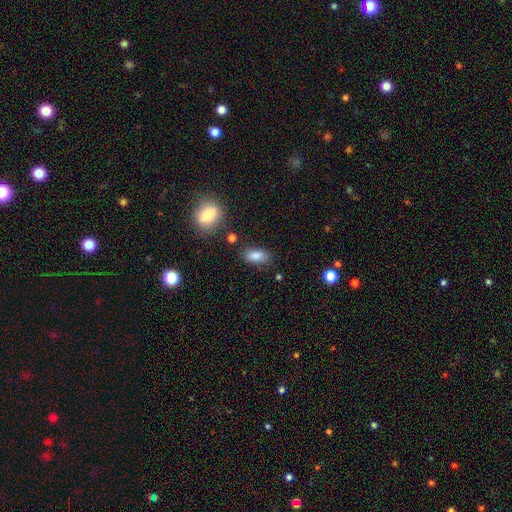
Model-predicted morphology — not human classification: Overall: smooth (83%). How rounded: in between (86%). Merging: none (77%).